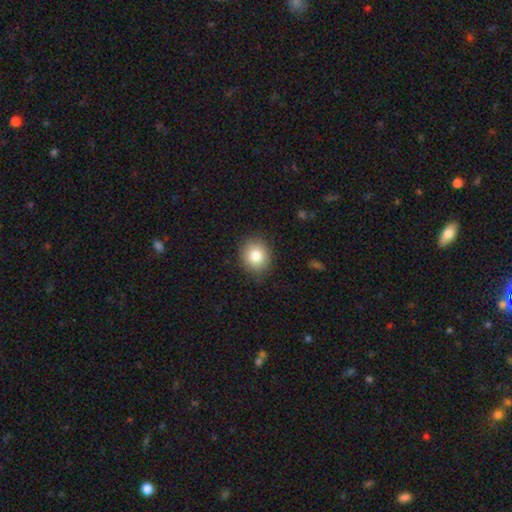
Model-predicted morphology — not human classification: Overall: smooth (82%). How rounded: round (78%). Merging: none (88%).